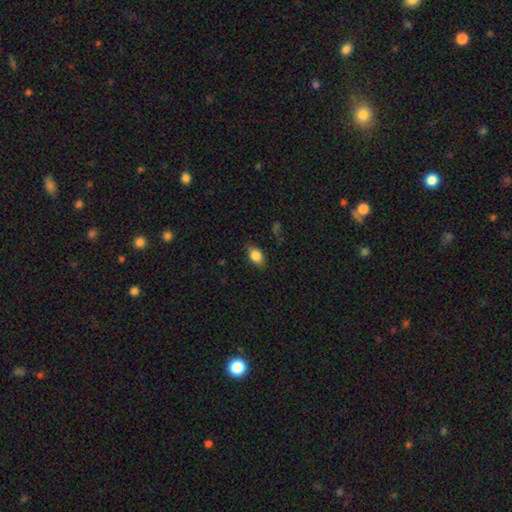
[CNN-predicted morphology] smooth-or-featured: smooth: 82% | featured or disk: 9% | star or artifact: 8%
  how-rounded: in between: 80% | round: 16% | cigar-shaped: 3%
  merging: none: 80% | minor disturbance: 16% | major disturbance: 4% | merger: 1%